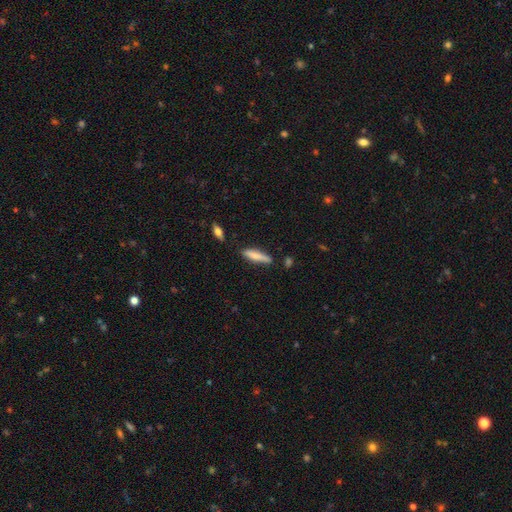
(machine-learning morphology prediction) smooth 74%, featured or disk 20%, star or artifact 6%. Down the decision tree: how rounded — cigar-shaped (81%); merging — none (77%).